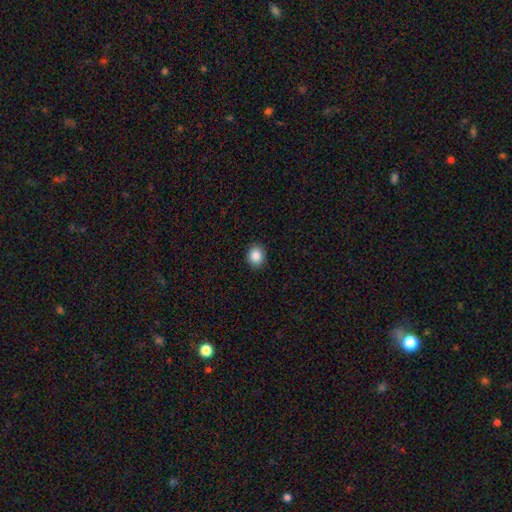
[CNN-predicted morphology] This appears to be a smooth galaxy with no disk features (87%) that is round (63%). Merging: none (91%).